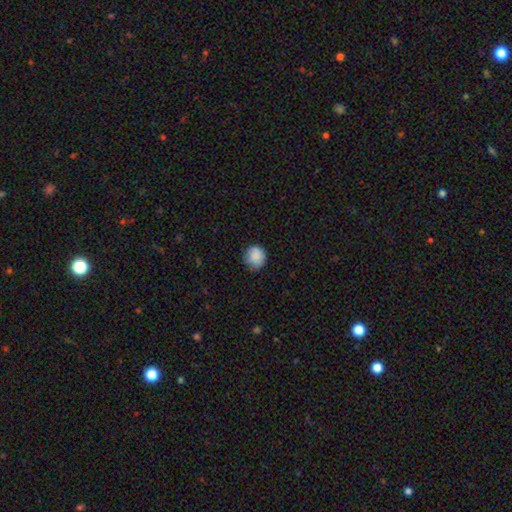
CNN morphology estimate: smooth 88%, star or artifact 8%, featured or disk 4%. Down the decision tree: how rounded — round (83%); merging — none (76%).